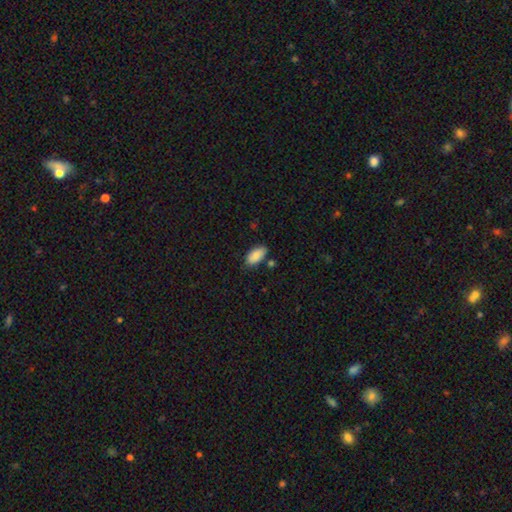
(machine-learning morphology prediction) Overall: smooth (87%). How rounded: in between (93%). Merging: none (79%).